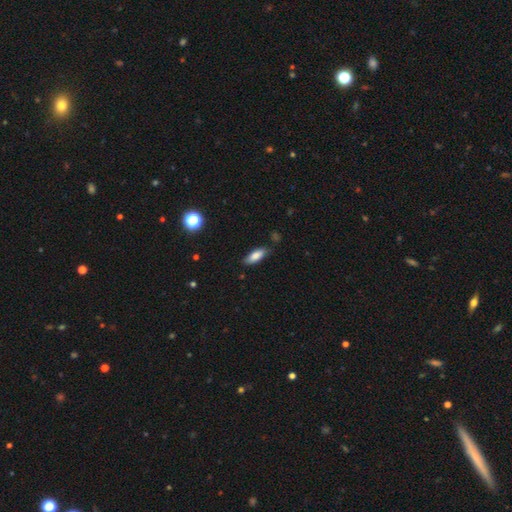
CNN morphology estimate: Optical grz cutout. It shows a smooth galaxy with no disk features (81%) that is in between round and cigar-shaped (70%). Merging: none (79%).